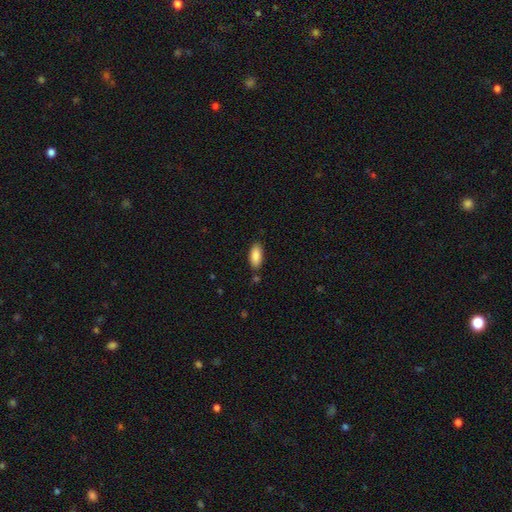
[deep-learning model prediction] smooth_or_featured: smooth (p=0.88) [alt: star or artifact p=0.06]
how_rounded: in between (p=0.84) [alt: cigar-shaped p=0.14]
merging: none (p=0.82) [alt: minor disturbance p=0.12]